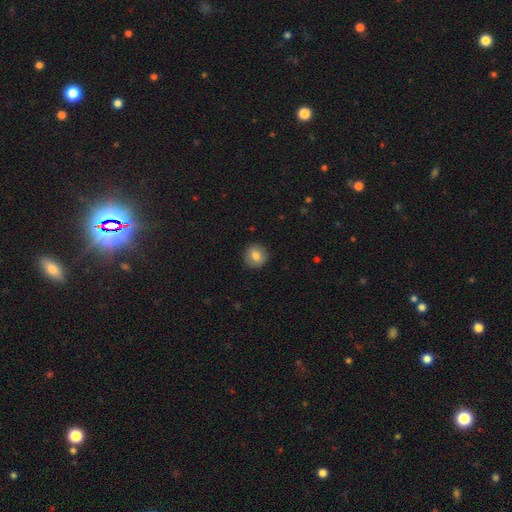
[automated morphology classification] type=smooth (81%); roundness=round (92%); merging=none (92%).